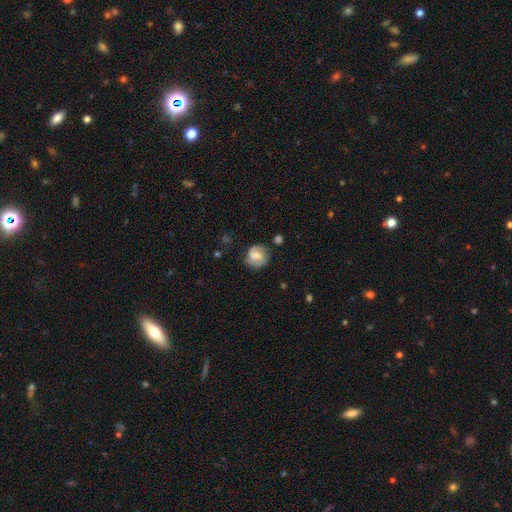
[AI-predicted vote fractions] A smooth galaxy with no disk features (48%).

Vote fractions:
- Smooth or featured? smooth: 48% / featured or disk: 44% / star or artifact: 8%
- Merging? none: 70% / minor disturbance: 20% / major disturbance: 7% / merger: 3%